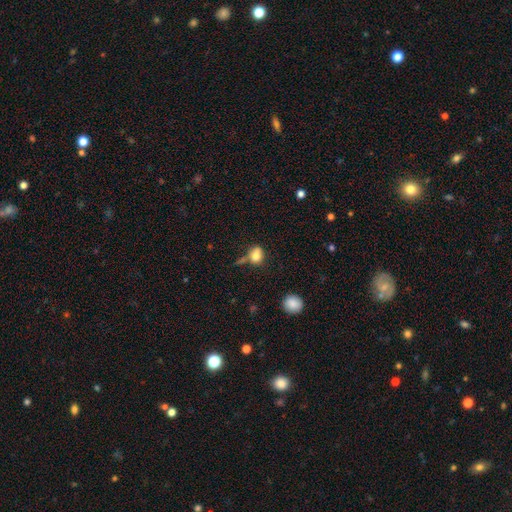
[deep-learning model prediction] A smooth galaxy with no disk features (77%) that is round (53%).

Vote fractions:
- Smooth or featured? smooth: 77% / featured or disk: 12% / star or artifact: 11%
- How rounded? round: 53% / in between: 45% / cigar-shaped: 2%
- Merging? none: 44% / minor disturbance: 23% / merger: 22% / major disturbance: 12%